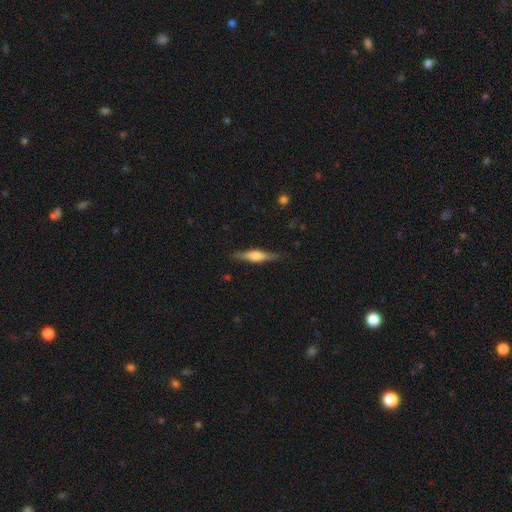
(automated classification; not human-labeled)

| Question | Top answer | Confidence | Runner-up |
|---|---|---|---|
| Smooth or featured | featured or disk | 54% | smooth (40%) |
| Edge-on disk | yes | 96% | no (4%) |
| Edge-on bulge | rounded | 76% | boxy (18%) |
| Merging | none | 86% | minor disturbance (11%) |